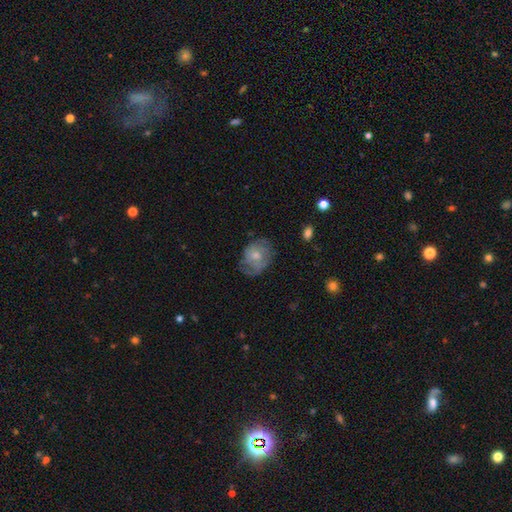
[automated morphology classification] Smooth or featured?
  - featured or disk: 53% *
  - smooth: 40%
  - star or artifact: 7%
Edge-on disk?
  - no: 97% *
  - yes: 3%
Bar?
  - no: 80% *
  - weak: 18%
  - strong: 2%
Spiral arms?
  - yes: 67% *
  - no: 33%
Bulge size?
  - moderate: 54% *
  - small: 38%
  - large: 4%
  - none: 3%
  - dominant: 1%
Merging?
  - none: 51% *
  - minor disturbance: 29%
  - major disturbance: 18%
  - merger: 2%